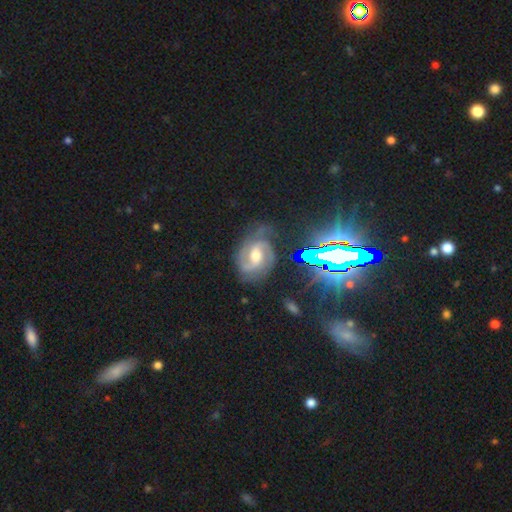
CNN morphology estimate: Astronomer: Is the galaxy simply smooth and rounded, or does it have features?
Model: featured or disk — 83%.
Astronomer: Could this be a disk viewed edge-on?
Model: no — 97%.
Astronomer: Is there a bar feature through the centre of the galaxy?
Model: weak — 48% (runner-up: no, 29%).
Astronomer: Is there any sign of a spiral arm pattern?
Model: yes — 97%.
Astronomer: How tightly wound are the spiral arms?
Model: medium — 51% (runner-up: tight, 37%).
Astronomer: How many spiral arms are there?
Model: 2 — 75%.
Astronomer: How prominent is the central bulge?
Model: moderate — 69%.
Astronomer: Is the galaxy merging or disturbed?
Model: none — 67%.